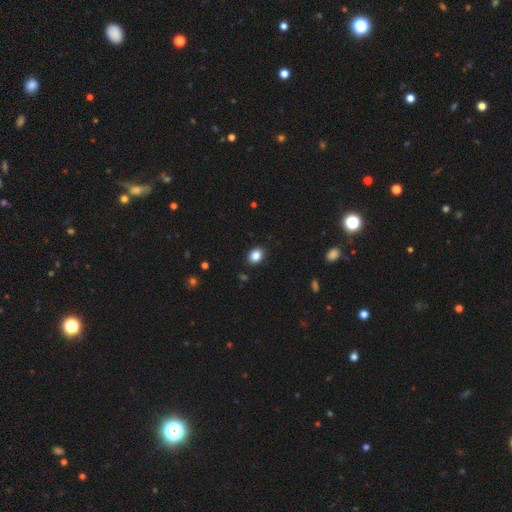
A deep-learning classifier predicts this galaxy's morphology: type=smooth (86%); roundness=in between (56%); merging=none (90%).